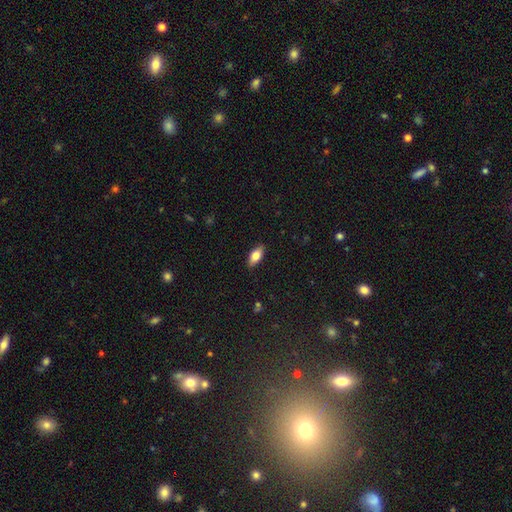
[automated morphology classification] A smooth galaxy with no disk features (74%) that is in between round and cigar-shaped (85%). Merging: none (89%).